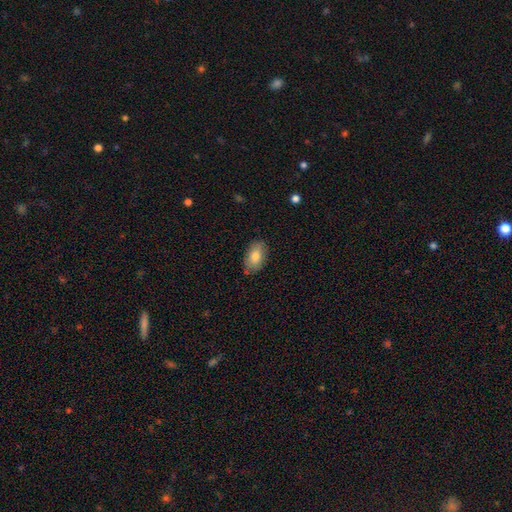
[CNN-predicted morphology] The model was most divided on "smooth or featured": smooth: 77%, featured or disk: 15%, star or artifact: 7%. More confident: how rounded — in between (90%); merging — none (83%).